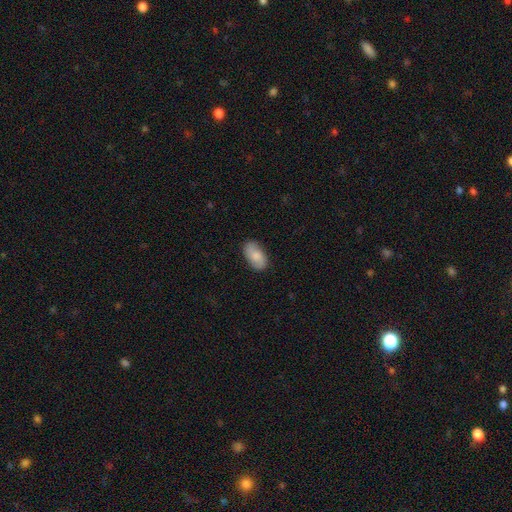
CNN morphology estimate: Smooth or featured? smooth (76%)
How rounded? in between (94%)
Merging? none (83%)